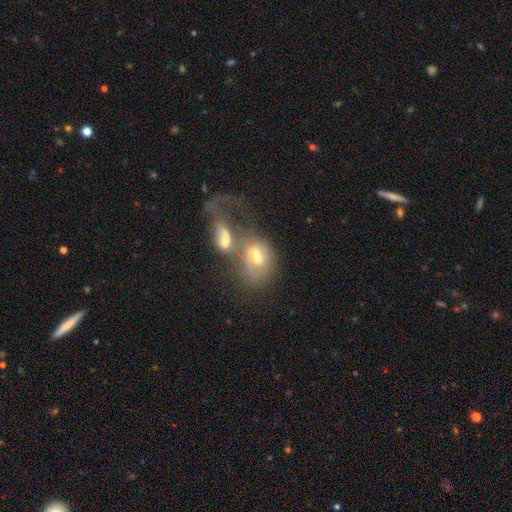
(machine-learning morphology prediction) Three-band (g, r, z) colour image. It shows a featured or disk galaxy (45%). Merging: merger (68%).